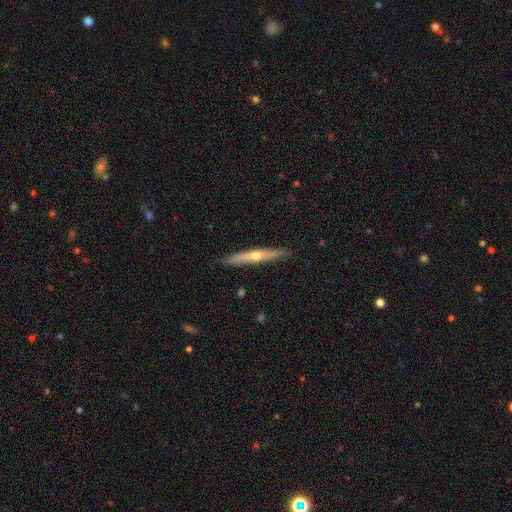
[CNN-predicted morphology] Smooth or featured? Predicted: featured or disk (p=0.62). Edge-on disk? Predicted: yes (p=0.94). Edge-on bulge? Predicted: rounded (p=0.85). Merging? Predicted: none (p=0.89).